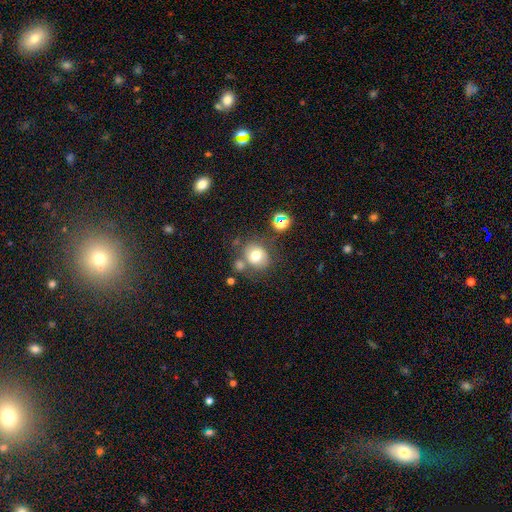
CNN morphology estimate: smooth-or-featured: smooth: 70% | featured or disk: 17% | star or artifact: 13%
  how-rounded: round: 76% | in between: 23% | cigar-shaped: 1%
  merging: none: 61% | minor disturbance: 16% | merger: 16% | major disturbance: 7%